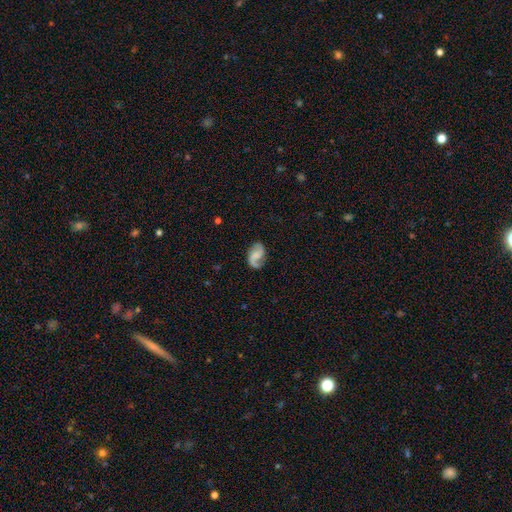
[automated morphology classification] The model was most divided on "spiral winding": loose: 47%, medium: 40%, tight: 13%. Remaining: edge-on disk — no (98%); spiral arms — yes (95%); spiral arm count — 2 (81%); smooth or featured — featured or disk (77%); merging — none (71%); bar — no (50%); bulge size — none (39%).